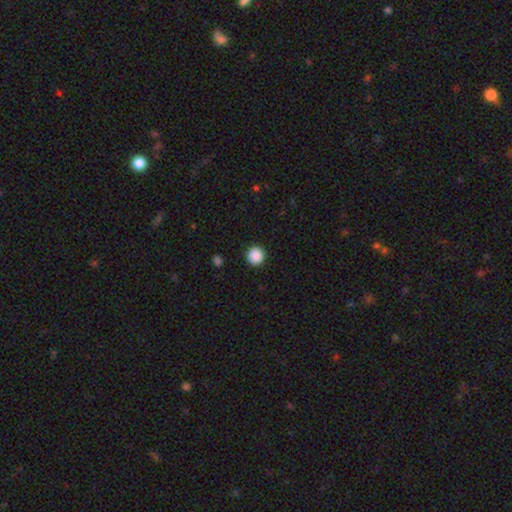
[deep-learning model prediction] Overall: smooth (89%). How rounded: round (96%). Merging: none (93%).